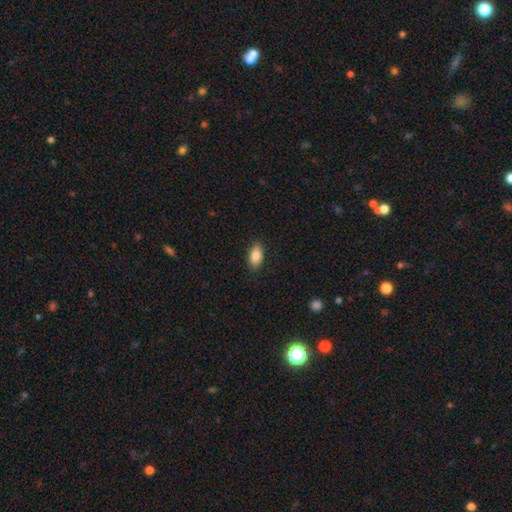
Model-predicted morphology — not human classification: type=smooth (88%); roundness=in between (92%); merging=none (87%).